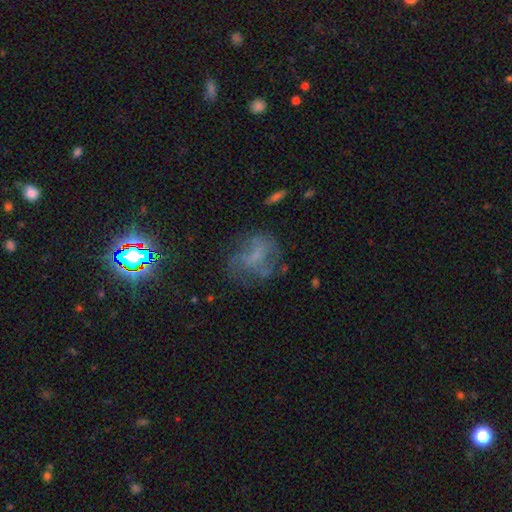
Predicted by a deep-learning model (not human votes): featured or disk 47%, smooth 31%, star or artifact 22%. Down the decision tree: merging — none (54%).